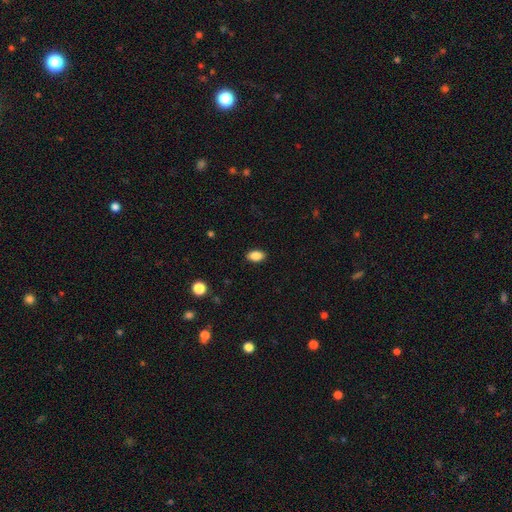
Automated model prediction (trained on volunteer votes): Overall: smooth (87%). How rounded: in between (90%). Merging: none (89%).